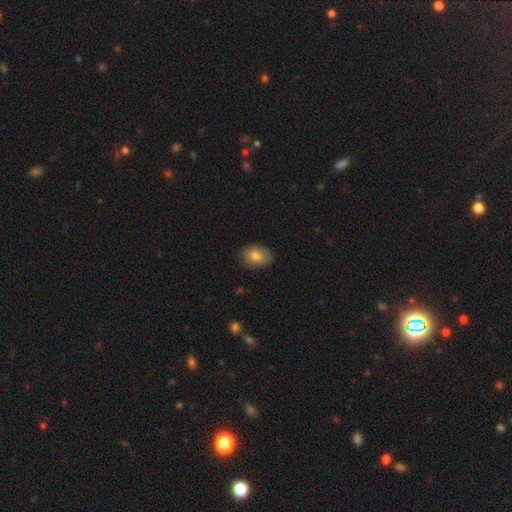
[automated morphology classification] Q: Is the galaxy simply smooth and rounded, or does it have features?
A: smooth — 79%.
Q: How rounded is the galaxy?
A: in between — 68%.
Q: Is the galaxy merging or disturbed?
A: none — 84%.